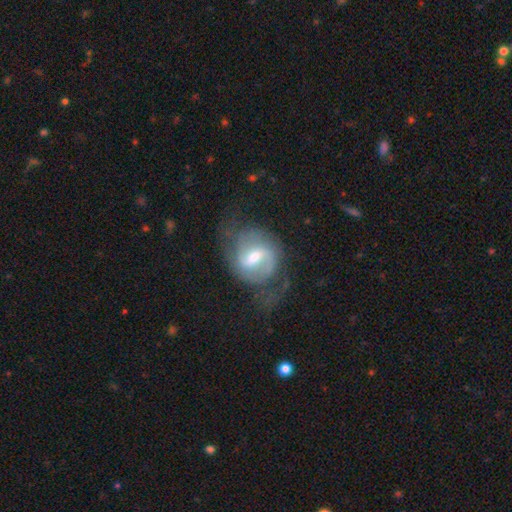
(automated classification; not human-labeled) smooth_or_featured: featured or disk (p=0.77) [alt: smooth p=0.17]
disk_edge_on: no (p=0.96) [alt: yes p=0.04]
bar: weak (p=0.53) [alt: strong p=0.36]
has_spiral_arms: yes (p=0.88) [alt: no p=0.12]
spiral_winding: medium (p=0.44) [alt: loose p=0.34]
spiral_arm_count: 2 (p=0.78) [alt: can't tell p=0.11]
bulge_size: moderate (p=0.58) [alt: small p=0.32]
merging: none (p=0.55) [alt: minor disturbance p=0.22]